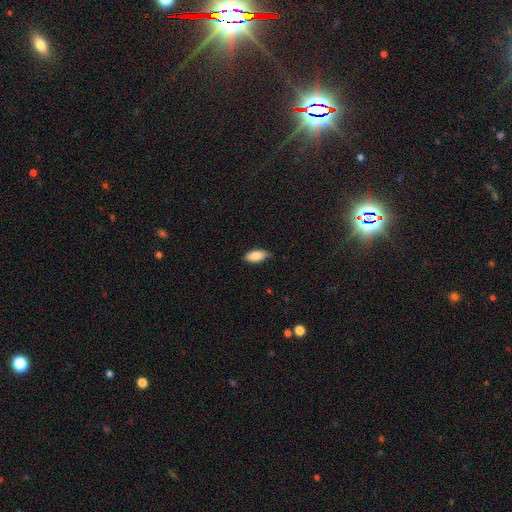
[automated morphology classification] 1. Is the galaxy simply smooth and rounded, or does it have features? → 86% smooth, 8% featured or disk, 6% star or artifact.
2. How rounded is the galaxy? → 90% in between, 8% cigar-shaped, 2% round.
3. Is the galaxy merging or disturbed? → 76% none, 20% minor disturbance, 3% major disturbance, 1% merger.